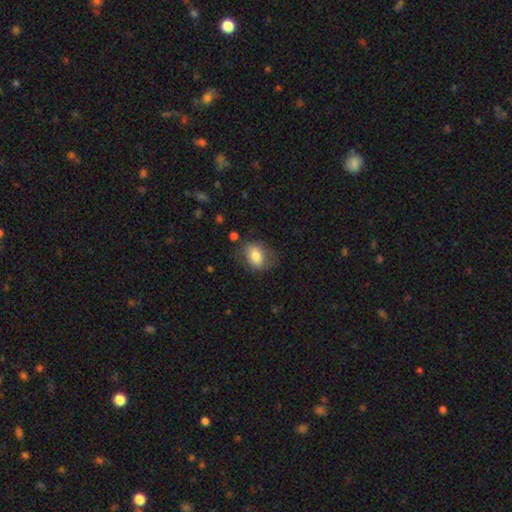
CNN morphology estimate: This is likely a smooth galaxy (79%). How rounded: likely in between (73%). Merging: likely none (68%).